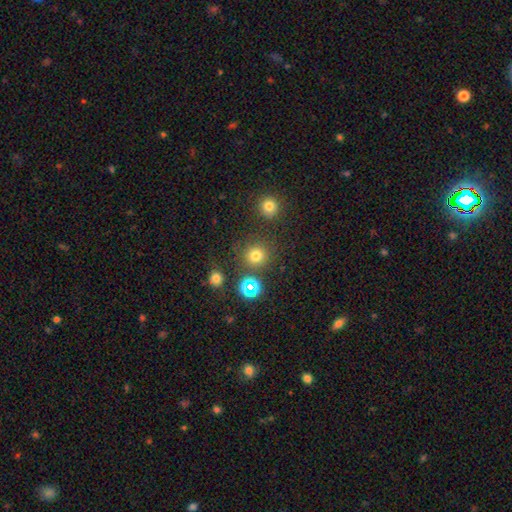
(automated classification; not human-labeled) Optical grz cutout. It shows a smooth galaxy with no disk features (73%) that is round (93%). Merging: none (82%).